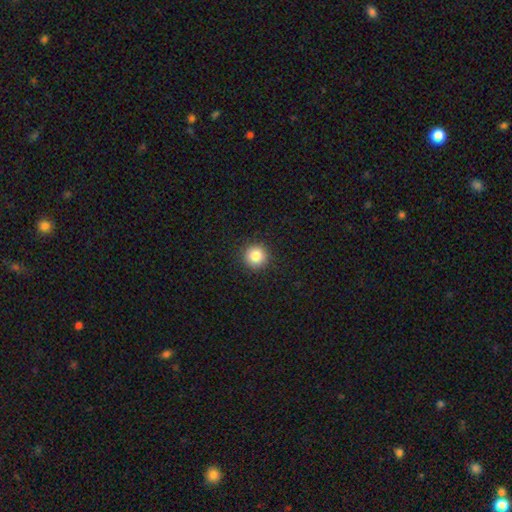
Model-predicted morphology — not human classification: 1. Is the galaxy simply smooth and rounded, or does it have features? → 84% smooth, 11% star or artifact, 5% featured or disk.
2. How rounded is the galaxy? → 95% round, 4% in between, 1% cigar-shaped.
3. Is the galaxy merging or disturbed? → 92% none, 5% minor disturbance, 2% major disturbance, 1% merger.